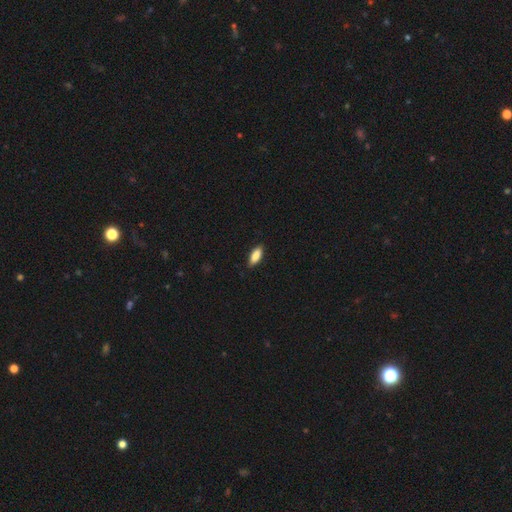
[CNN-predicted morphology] Overall: smooth (87%). How rounded: in between (79%). Merging: none (87%).